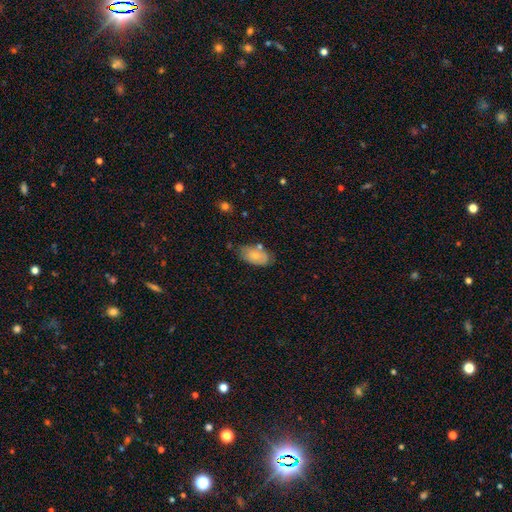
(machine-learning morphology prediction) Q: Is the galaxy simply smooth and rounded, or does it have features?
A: smooth — 74%.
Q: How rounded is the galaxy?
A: in between — 94%.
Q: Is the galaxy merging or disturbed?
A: none — 67%.